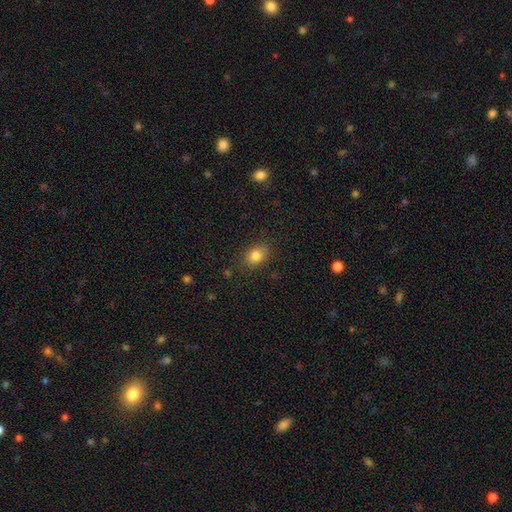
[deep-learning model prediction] Morphology: type=smooth (82%); roundness=in between (65%); merging=none (80%).